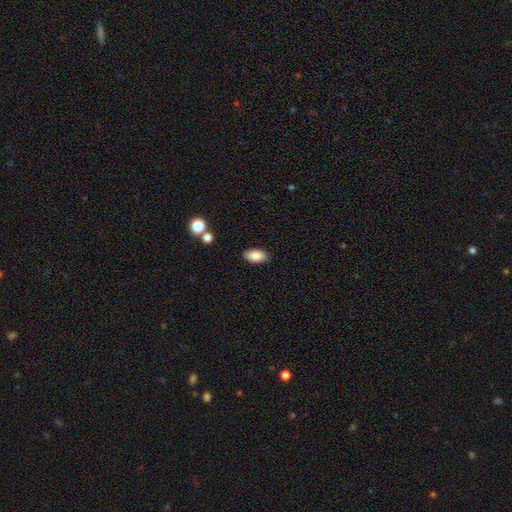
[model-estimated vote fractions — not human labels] smooth 87%, star or artifact 8%, featured or disk 6%. Down the decision tree: how rounded — in between (93%); merging — none (87%).